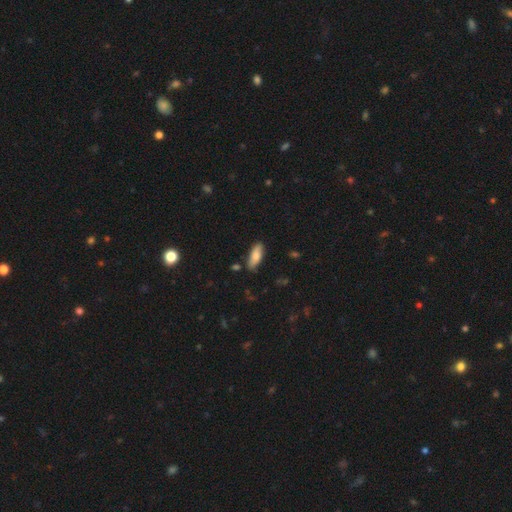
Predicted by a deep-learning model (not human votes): Smooth or featured? Predicted: smooth (p=0.79). How rounded? Predicted: in between (p=0.71). Merging? Predicted: none (p=0.81).